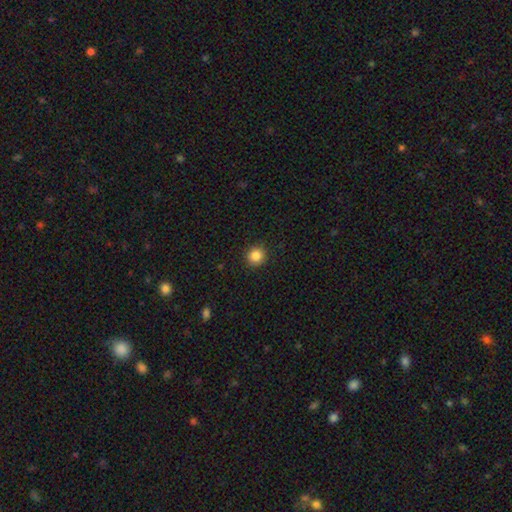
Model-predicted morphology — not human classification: The model was most divided on "smooth or featured": smooth: 85%, star or artifact: 11%, featured or disk: 4%. More confident: how rounded — round (93%); merging — none (92%).